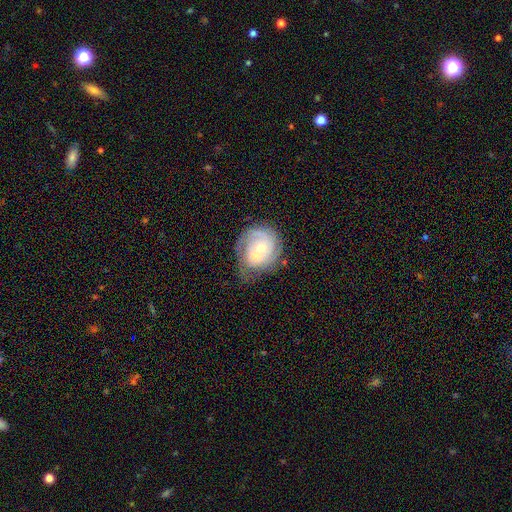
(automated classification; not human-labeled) A featured or disk galaxy (72%) with no bar (74%), tight (66%) spiral arms (83%) and a moderate central bulge (50%).

Vote fractions:
- Smooth or featured? featured or disk: 72% / smooth: 21% / star or artifact: 7%
- Edge-on disk? no: 97% / yes: 3%
- Bar? no: 74% / weak: 22% / strong: 4%
- Spiral arms? yes: 83% / no: 17%
- Spiral winding? tight: 66% / medium: 26% / loose: 8%
- Spiral arm count? can't tell: 35% / 2: 34% / 3: 15% / 1: 9% / 4: 4% / more than 4: 3%
- Bulge size? moderate: 50% / small: 43% / large: 4% / none: 2% / dominant: 1%
- Merging? merger: 38% / none: 37% / minor disturbance: 16% / major disturbance: 9%